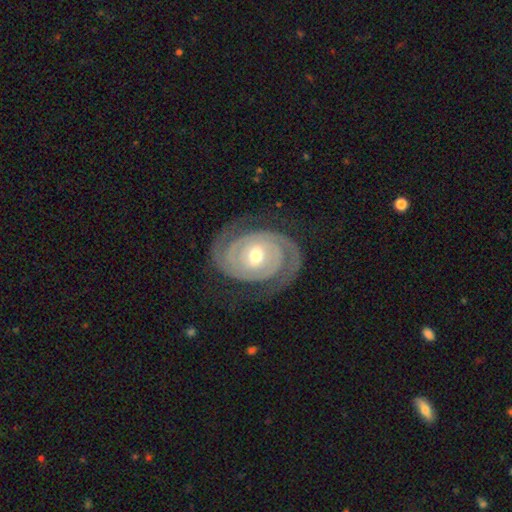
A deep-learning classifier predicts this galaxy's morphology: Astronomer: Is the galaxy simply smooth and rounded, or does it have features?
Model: featured or disk — 92%.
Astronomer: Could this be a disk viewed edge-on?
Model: no — 97%.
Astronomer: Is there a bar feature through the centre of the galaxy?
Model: no — 58%.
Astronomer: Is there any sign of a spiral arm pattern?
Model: yes — 98%.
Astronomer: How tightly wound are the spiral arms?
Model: tight — 78%.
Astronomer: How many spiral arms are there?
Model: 2 — 90%.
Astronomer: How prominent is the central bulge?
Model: moderate — 66%.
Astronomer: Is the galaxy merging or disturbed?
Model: none — 81%.